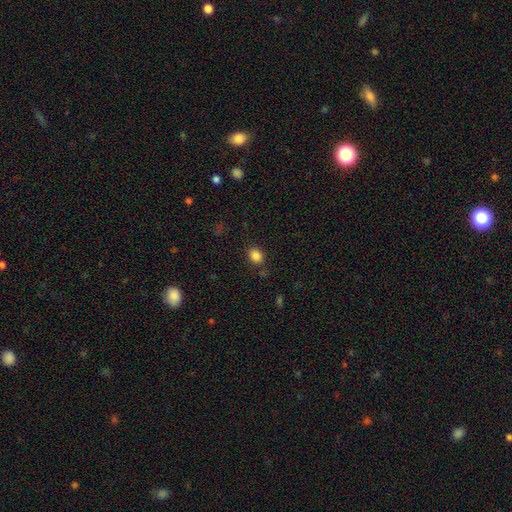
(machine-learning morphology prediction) Smooth or featured? smooth (86%)
How rounded? in between (59%)
Merging? none (81%)